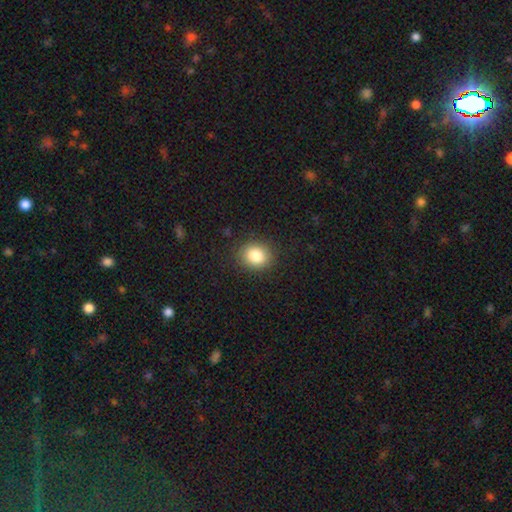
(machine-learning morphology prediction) smooth_or_featured: smooth (p=0.83) [alt: star or artifact p=0.10]
how_rounded: round (p=0.72) [alt: in between p=0.27]
merging: none (p=0.89) [alt: minor disturbance p=0.08]